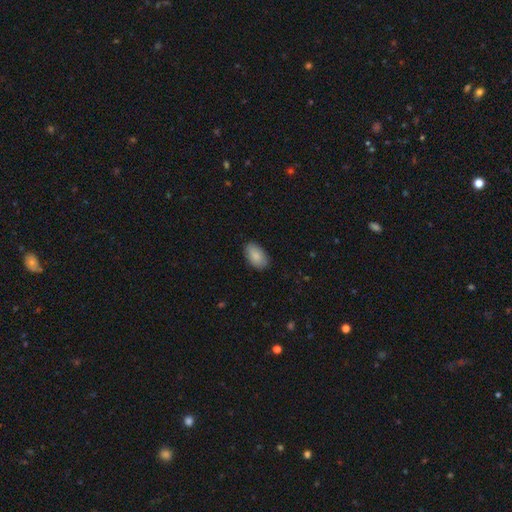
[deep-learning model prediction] smooth-or-featured: smooth: 88% | star or artifact: 6% | featured or disk: 5%
  how-rounded: in between: 94% | round: 4% | cigar-shaped: 2%
  merging: none: 86% | minor disturbance: 11% | major disturbance: 2% | merger: 1%